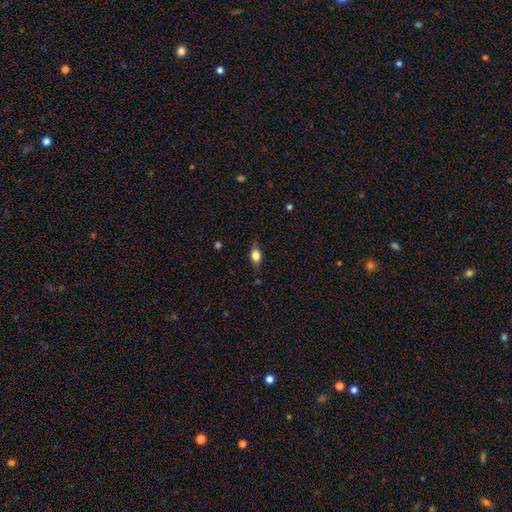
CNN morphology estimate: A smooth galaxy with no disk features (74%) that is in between round and cigar-shaped (77%). Merging: none (76%).